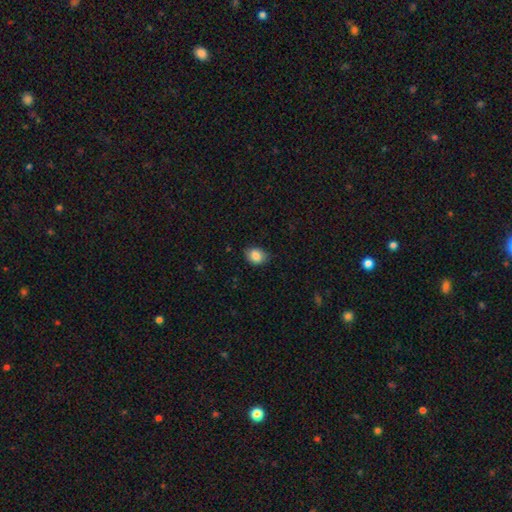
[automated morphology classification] Smooth or featured?
  - smooth: 84% *
  - star or artifact: 8%
  - featured or disk: 8%
How rounded?
  - in between: 63% *
  - round: 36%
  - cigar-shaped: 1%
Merging?
  - none: 79% *
  - minor disturbance: 17%
  - major disturbance: 3%
  - merger: 1%